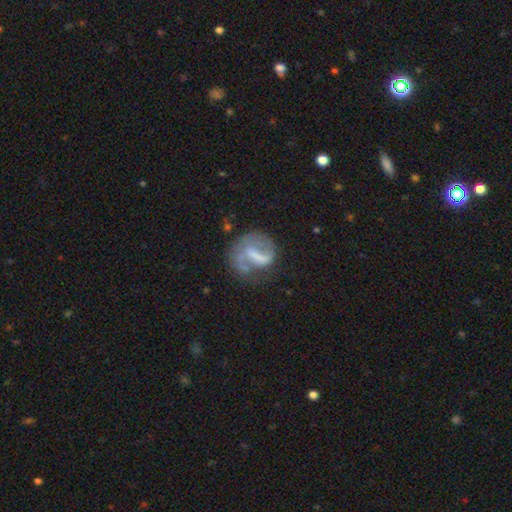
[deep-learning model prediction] smooth_or_featured: featured or disk (p=0.69) [alt: smooth p=0.23]
disk_edge_on: no (p=0.97) [alt: yes p=0.03]
bar: strong (p=0.46) [alt: weak p=0.36]
has_spiral_arms: yes (p=0.74) [alt: no p=0.26]
bulge_size: none (p=0.51) [alt: small p=0.21]
merging: none (p=0.51) [alt: major disturbance p=0.24]